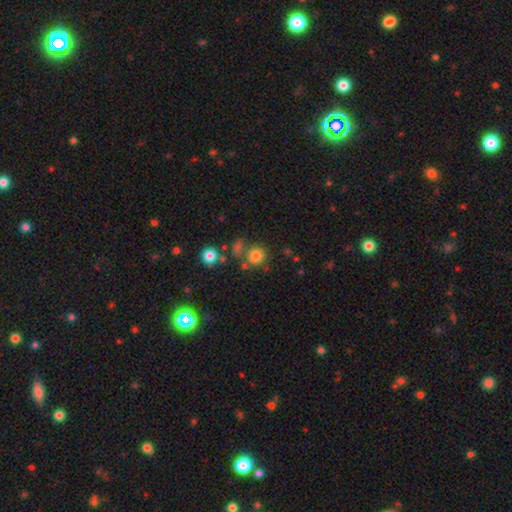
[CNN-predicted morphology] smooth_or_featured: smooth (p=0.76) [alt: star or artifact p=0.15]
how_rounded: round (p=0.85) [alt: in between p=0.14]
merging: none (p=0.65) [alt: merger p=0.17]